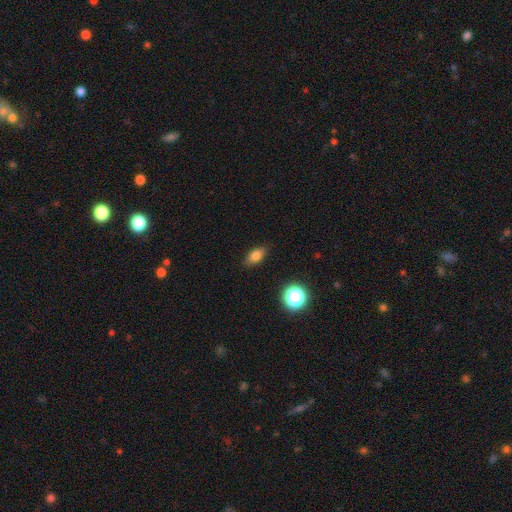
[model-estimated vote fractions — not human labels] Overall: smooth (79%). How rounded: in between (83%). Merging: none (86%).